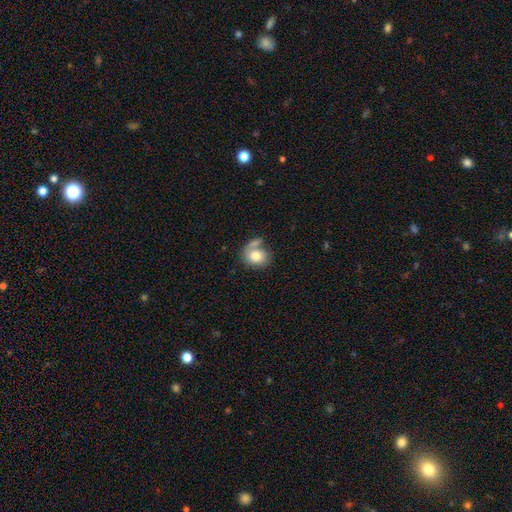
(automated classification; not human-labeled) smooth-or-featured: smooth: 78% | featured or disk: 14% | star or artifact: 8%
  how-rounded: round: 55% | in between: 44% | cigar-shaped: 1%
  merging: none: 43% | merger: 32% | minor disturbance: 16% | major disturbance: 9%